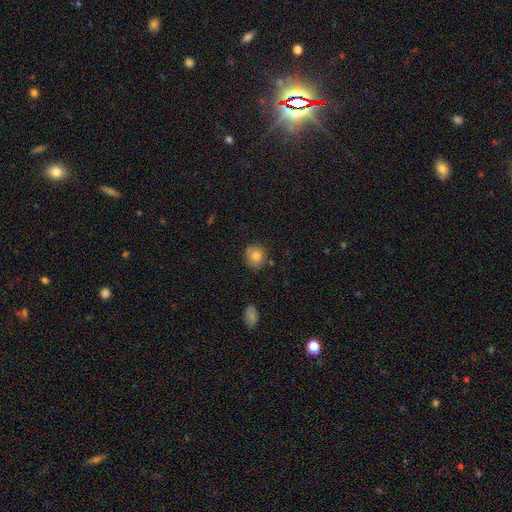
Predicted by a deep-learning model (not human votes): Smooth or featured: smooth — 81% (featured or disk — 10%)
How rounded: round — 82% (in between — 17%)
Merging: none — 74% (minor disturbance — 17%)